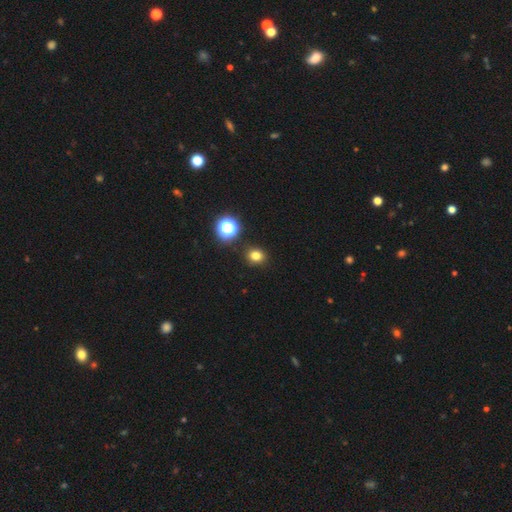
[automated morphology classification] This appears to be a smooth galaxy with no disk features (77%) that is round (75%). Merging: none (89%).